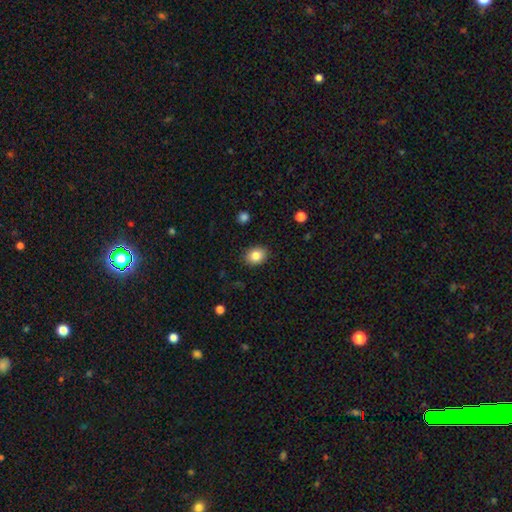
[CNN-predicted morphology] Smooth or featured? Predicted: smooth (p=0.84). How rounded? Predicted: in between (p=0.56). Merging? Predicted: none (p=0.88).